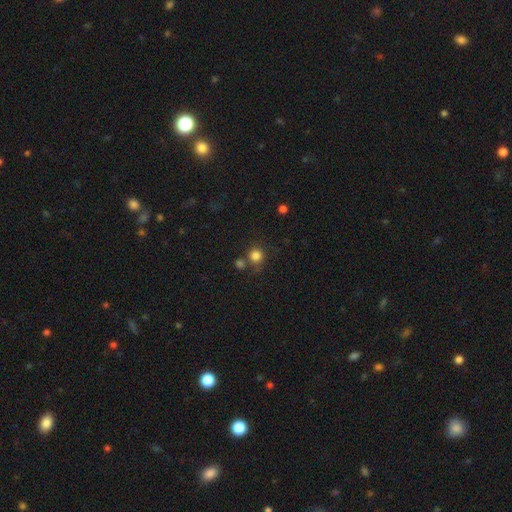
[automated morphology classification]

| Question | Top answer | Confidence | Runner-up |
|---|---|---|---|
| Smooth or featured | smooth | 82% | star or artifact (13%) |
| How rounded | round | 93% | in between (6%) |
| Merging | none | 71% | merger (16%) |